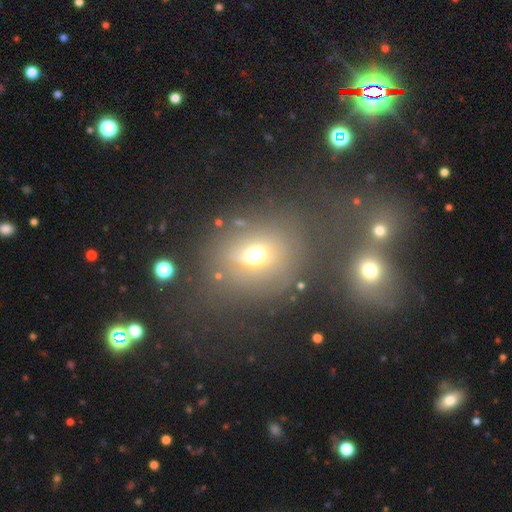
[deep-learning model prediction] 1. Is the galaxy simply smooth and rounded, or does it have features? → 59% smooth, 21% star or artifact, 21% featured or disk.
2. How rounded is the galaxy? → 59% round, 39% in between, 2% cigar-shaped.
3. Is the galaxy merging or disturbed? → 60% none, 16% minor disturbance, 14% major disturbance, 10% merger.